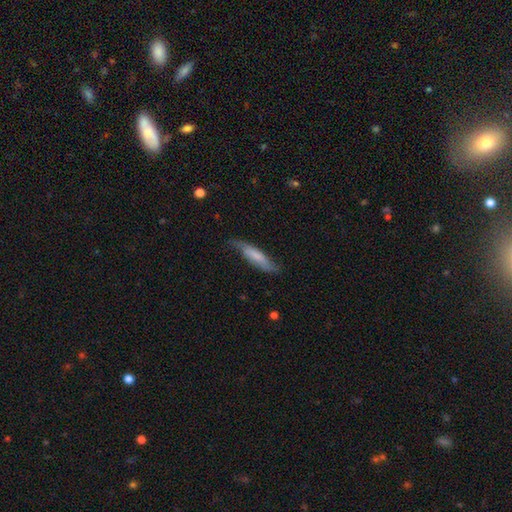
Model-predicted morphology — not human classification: Smooth or featured? Predicted: smooth (p=0.58). How rounded? Predicted: cigar-shaped (p=0.73). Merging? Predicted: none (p=0.62).